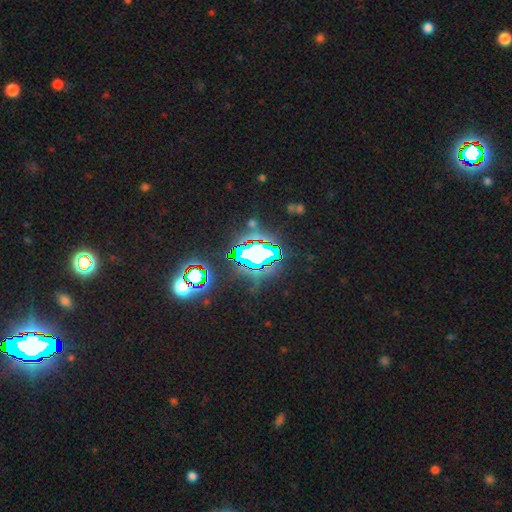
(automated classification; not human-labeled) star or artifact 72%, smooth 16%, featured or disk 12%.